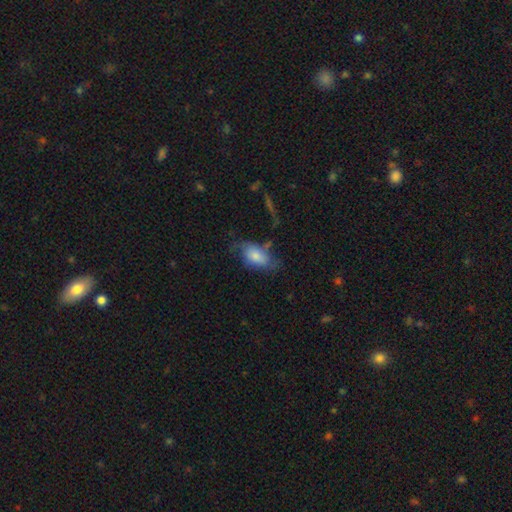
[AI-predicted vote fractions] Smooth or featured?
  - smooth: 68% *
  - featured or disk: 24%
  - star or artifact: 8%
How rounded?
  - in between: 90% *
  - round: 6%
  - cigar-shaped: 3%
Merging?
  - none: 46% *
  - minor disturbance: 29%
  - major disturbance: 20%
  - merger: 5%